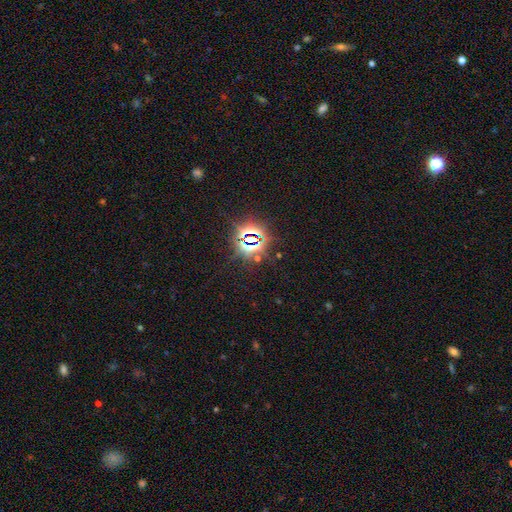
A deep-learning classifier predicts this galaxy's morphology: Smooth or featured: star or artifact — 82% (smooth — 10%)